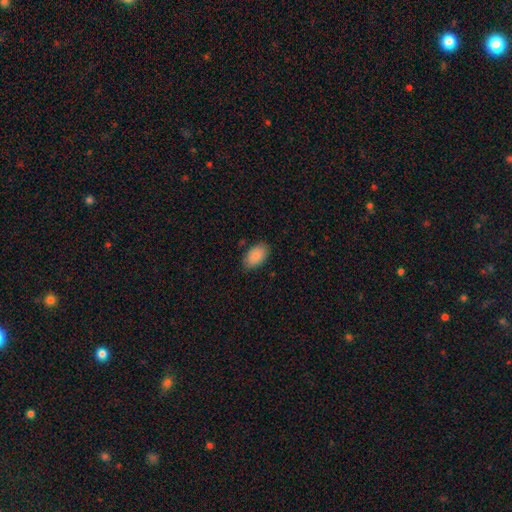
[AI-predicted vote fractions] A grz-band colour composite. It shows a smooth galaxy with no disk features (87%) that is in between round and cigar-shaped (92%). Merging: none (84%).